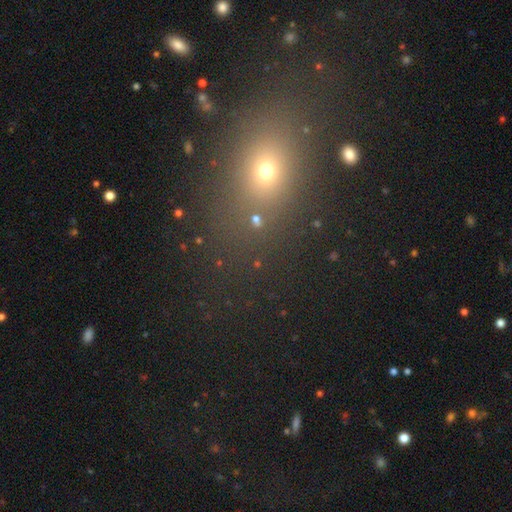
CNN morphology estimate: The model was most divided on "how rounded": in between: 55%, round: 41%, cigar-shaped: 4%. More confident: merging — none (80%); smooth or featured — smooth (52%).